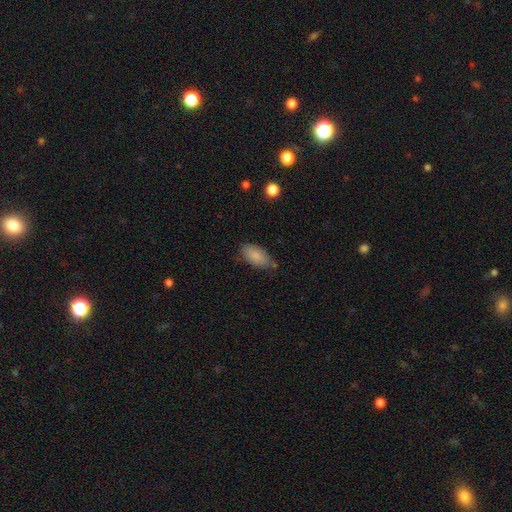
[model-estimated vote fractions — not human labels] Smooth or featured?
  - smooth: 84% *
  - featured or disk: 9%
  - star or artifact: 7%
How rounded?
  - in between: 92% *
  - cigar-shaped: 5%
  - round: 3%
Merging?
  - none: 64% *
  - minor disturbance: 28%
  - major disturbance: 5%
  - merger: 4%